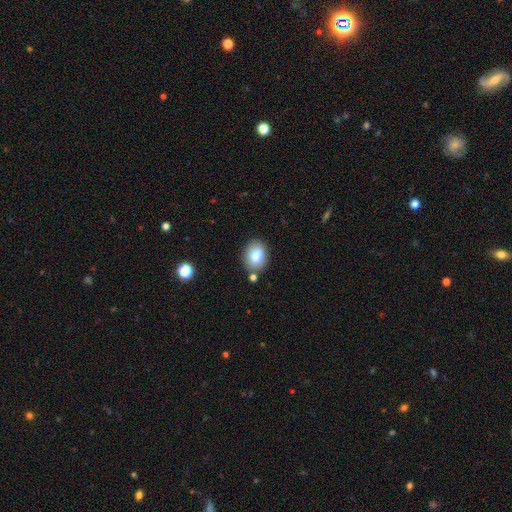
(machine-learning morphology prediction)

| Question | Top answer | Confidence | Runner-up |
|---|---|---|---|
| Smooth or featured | smooth | 80% | featured or disk (11%) |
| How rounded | in between | 66% | round (33%) |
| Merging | none | 80% | minor disturbance (12%) |